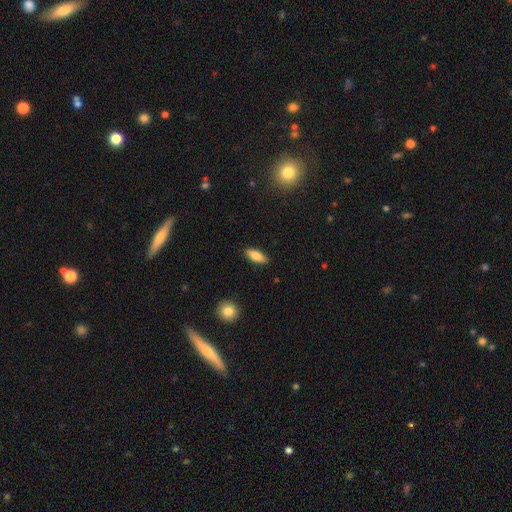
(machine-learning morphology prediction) smooth_or_featured: smooth (p=0.79) [alt: featured or disk p=0.14]
how_rounded: in between (p=0.75) [alt: cigar-shaped p=0.23]
merging: none (p=0.88) [alt: minor disturbance p=0.09]